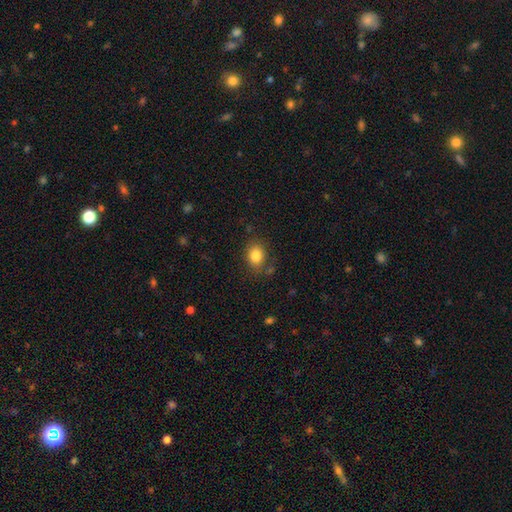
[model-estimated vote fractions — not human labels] Smooth or featured? smooth (83%)
How rounded? in between (51%)
Merging? none (79%)